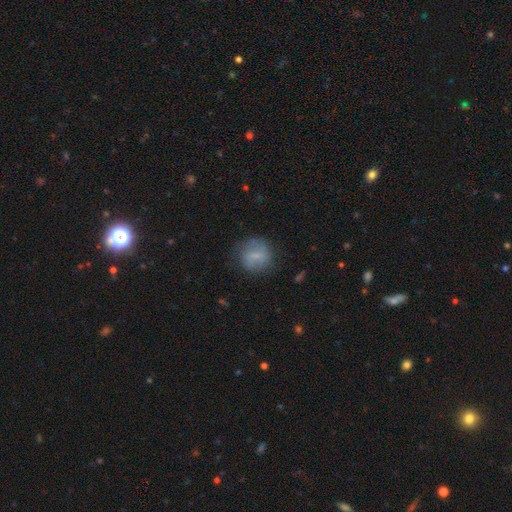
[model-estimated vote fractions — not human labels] Smooth or featured?
  - smooth: 63% *
  - featured or disk: 29%
  - star or artifact: 9%
How rounded?
  - round: 82% *
  - in between: 17%
  - cigar-shaped: 1%
Merging?
  - none: 71% *
  - minor disturbance: 19%
  - major disturbance: 8%
  - merger: 2%